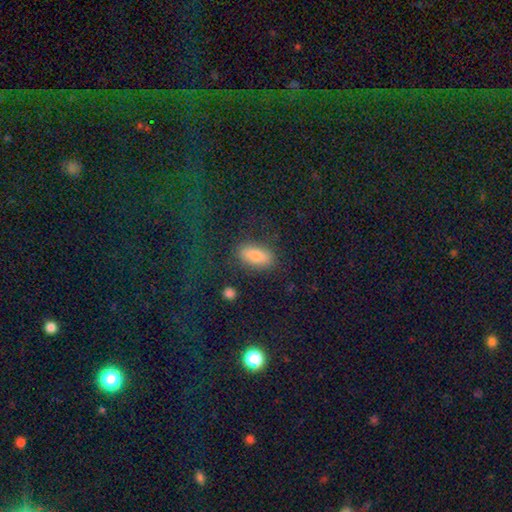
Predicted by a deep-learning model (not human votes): smooth_or_featured: smooth (p=0.79) [alt: featured or disk p=0.11]
how_rounded: in between (p=0.84) [alt: cigar-shaped p=0.11]
merging: none (p=0.80) [alt: minor disturbance p=0.12]